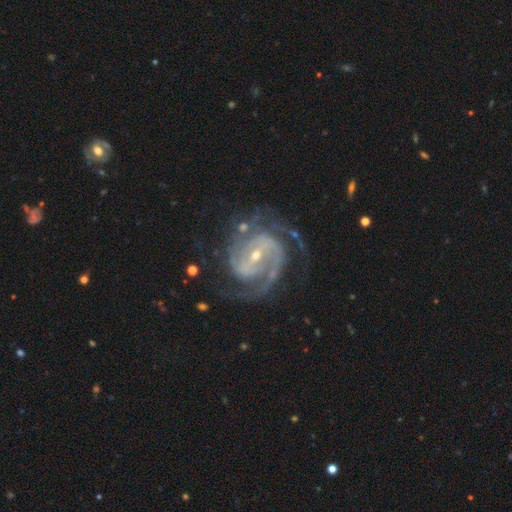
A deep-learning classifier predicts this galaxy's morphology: Smooth or featured: featured or disk — 92% (star or artifact — 5%)
Edge-on disk: no — 98% (yes — 2%)
Bar: strong — 41% (tied with weak — 41%)
Spiral arms: yes — 98% (no — 2%)
Spiral winding: tight — 47% (medium — 45%)
Spiral arm count: 2 — 67% (3 — 16%)
Bulge size: small — 70% (moderate — 26%)
Merging: none — 69% (minor disturbance — 17%)